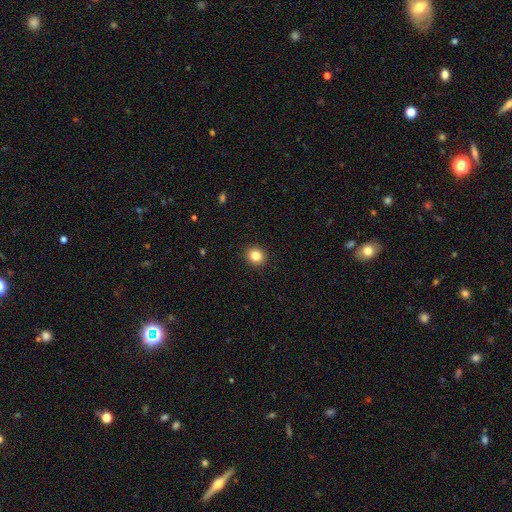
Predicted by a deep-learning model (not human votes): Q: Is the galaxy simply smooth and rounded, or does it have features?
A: smooth — 84%.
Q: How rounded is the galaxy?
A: round — 77%.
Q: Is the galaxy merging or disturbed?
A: none — 92%.